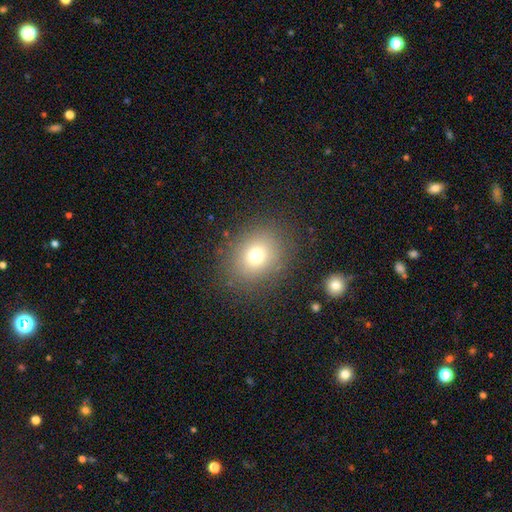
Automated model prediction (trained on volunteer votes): Smooth or featured: smooth — 72% (star or artifact — 15%)
How rounded: round — 62% (in between — 37%)
Merging: none — 84% (minor disturbance — 9%)